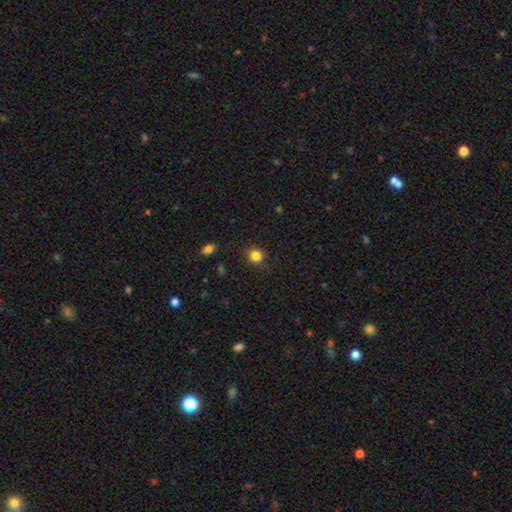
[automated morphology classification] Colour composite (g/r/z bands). It shows a smooth galaxy with no disk features (83%) that is round (89%). Merging: none (85%).